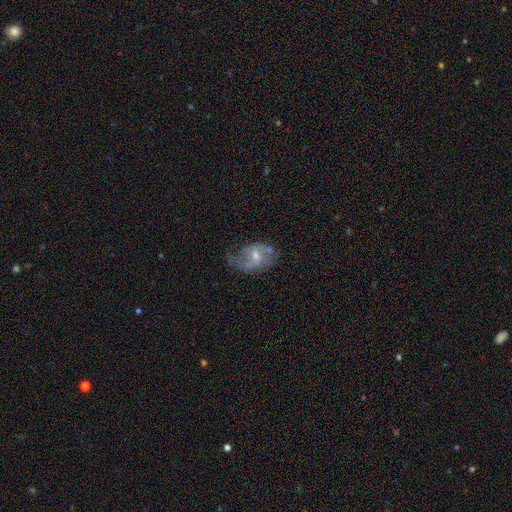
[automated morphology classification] Overall: featured or disk (76%). Edge-on disk: no (96%). Bar: weak (52%; no 30%). Spiral arms: yes (88%). Spiral arm count: 2 (77%). Spiral winding: loose (56%; medium 34%). Bulge size: small (49%; moderate 44%). Merging: none (57%; minor disturbance 24%).